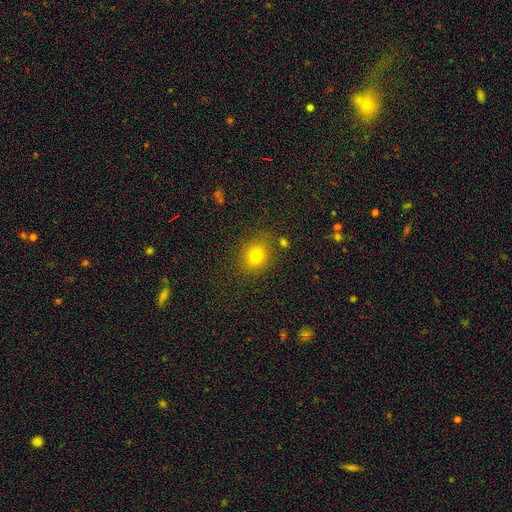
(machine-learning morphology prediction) Smooth or featured: smooth — 76% (star or artifact — 15%)
How rounded: round — 66% (in between — 32%)
Merging: none — 82% (minor disturbance — 11%)